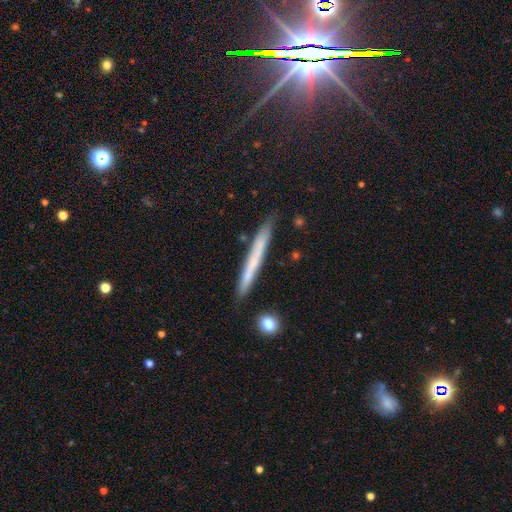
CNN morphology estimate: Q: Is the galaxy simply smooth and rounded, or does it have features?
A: smooth — 52%.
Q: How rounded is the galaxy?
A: cigar-shaped — 97%.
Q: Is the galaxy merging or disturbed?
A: none — 87%.